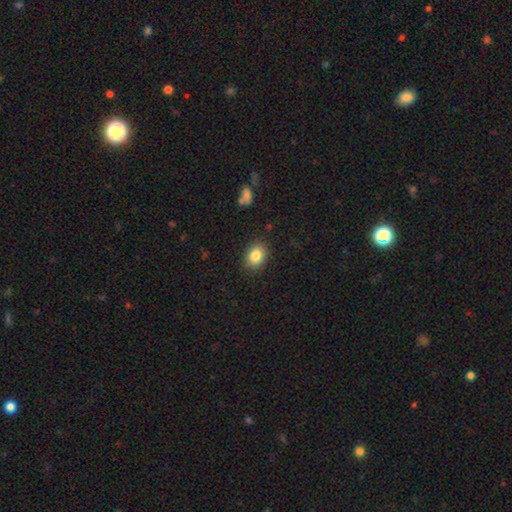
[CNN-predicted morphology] A smooth galaxy with no disk features (84%) that is in between round and cigar-shaped (64%).

Vote fractions:
- Smooth or featured? smooth: 84% / star or artifact: 9% / featured or disk: 7%
- How rounded? in between: 64% / round: 35% / cigar-shaped: 1%
- Merging? none: 87% / minor disturbance: 9% / major disturbance: 3% / merger: 1%